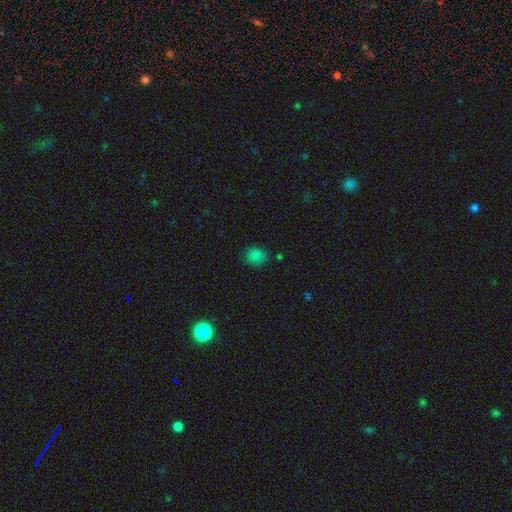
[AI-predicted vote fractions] This appears to be a smooth galaxy with no disk features (79%) that is round (72%). Merging: none (80%).